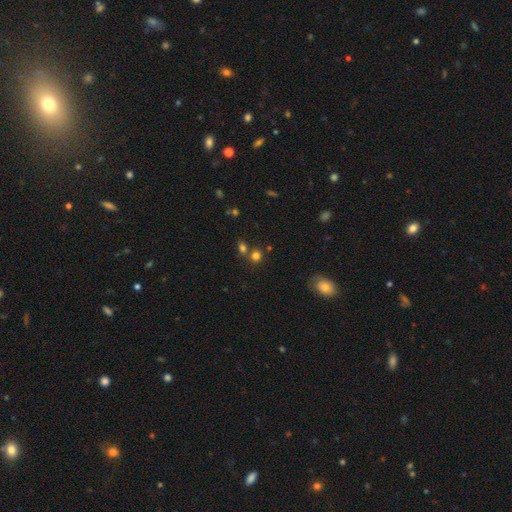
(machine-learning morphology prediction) A smooth galaxy with no disk features (74%) that is round (83%).

Vote fractions:
- Smooth or featured? smooth: 74% / star or artifact: 19% / featured or disk: 7%
- How rounded? round: 83% / in between: 16% / cigar-shaped: 1%
- Merging? none: 63% / merger: 26% / minor disturbance: 8% / major disturbance: 3%